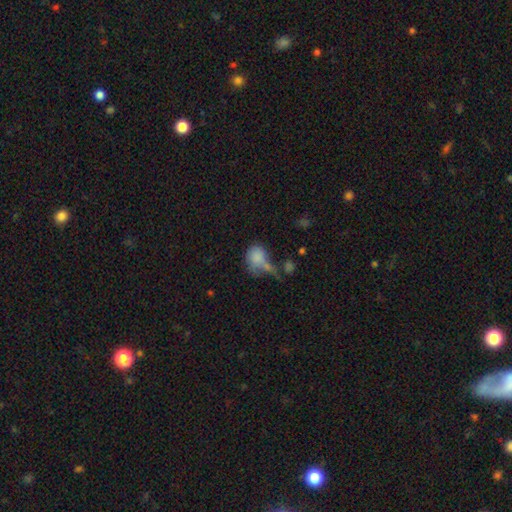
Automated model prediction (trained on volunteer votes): This is likely a smooth galaxy (74%). How rounded: possibly in between (56%). Merging: marginally none (30%).